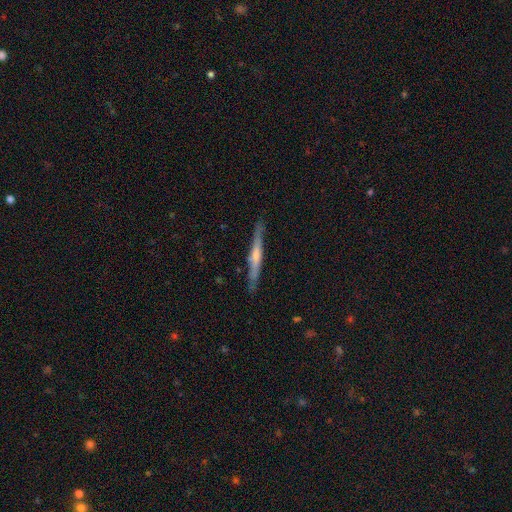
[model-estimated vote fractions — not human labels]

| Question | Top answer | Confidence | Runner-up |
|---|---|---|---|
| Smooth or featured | featured or disk | 74% | smooth (19%) |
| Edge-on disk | yes | 97% | no (3%) |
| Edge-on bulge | rounded | 77% | none (14%) |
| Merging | none | 89% | minor disturbance (8%) |